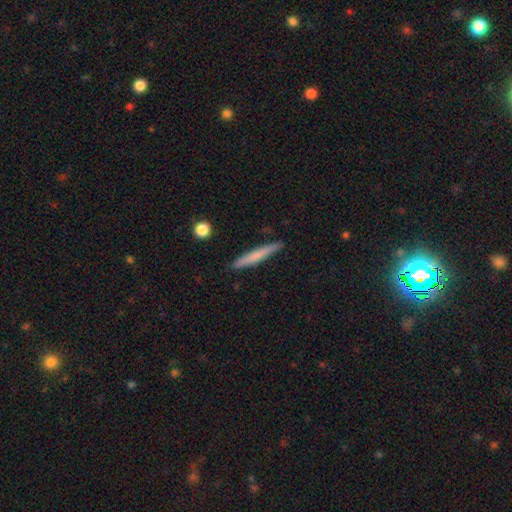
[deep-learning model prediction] The model was most divided on "smooth or featured": smooth: 65%, featured or disk: 29%, star or artifact: 6%. More confident: how rounded — cigar-shaped (96%); merging — none (90%).